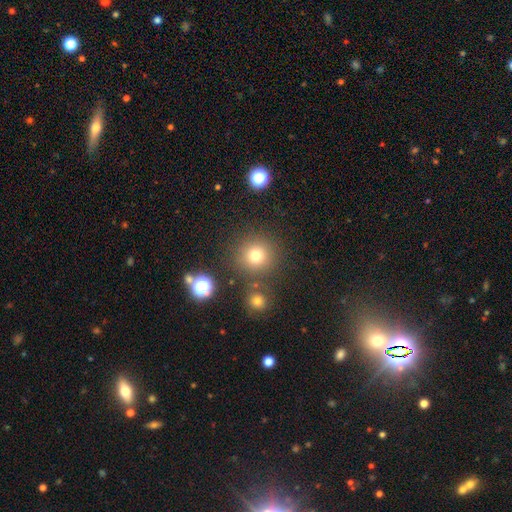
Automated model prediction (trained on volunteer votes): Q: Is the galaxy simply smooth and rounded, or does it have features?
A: smooth — 75%.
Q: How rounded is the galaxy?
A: round — 93%.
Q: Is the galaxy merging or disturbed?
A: none — 82%.